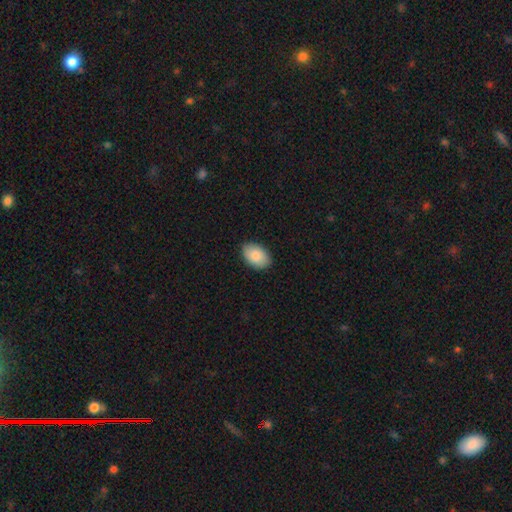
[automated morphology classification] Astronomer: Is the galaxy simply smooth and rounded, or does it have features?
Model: smooth — 87%.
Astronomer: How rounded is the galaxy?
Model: in between — 91%.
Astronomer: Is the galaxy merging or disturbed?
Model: none — 87%.